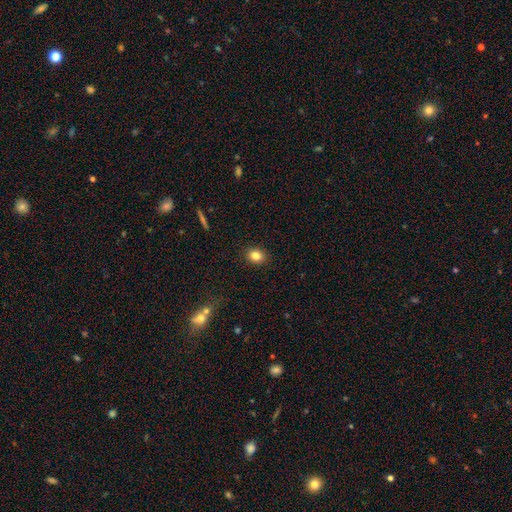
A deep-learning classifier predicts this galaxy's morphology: This appears to be a smooth galaxy with no disk features (83%) that is round (57%). Merging: none (89%).